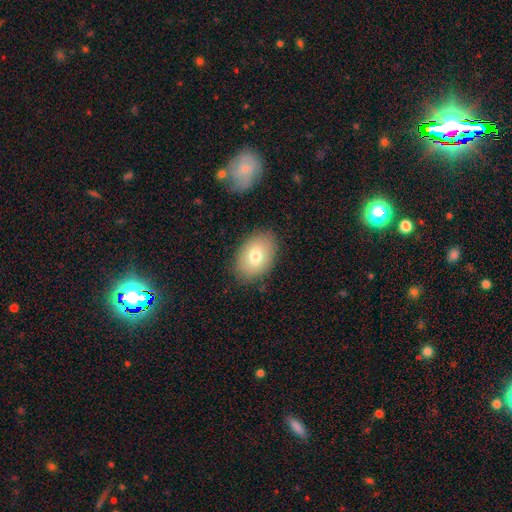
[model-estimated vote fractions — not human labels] A smooth galaxy with no disk features (76%) that is in between round and cigar-shaped (85%). Merging: none (85%).